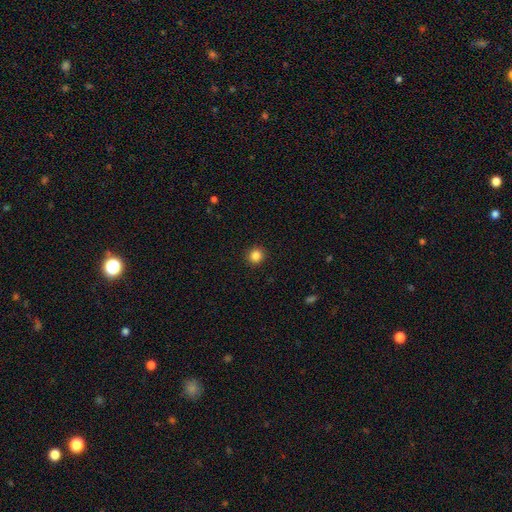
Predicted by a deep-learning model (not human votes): Smooth or featured? smooth (85%)
How rounded? round (90%)
Merging? none (92%)